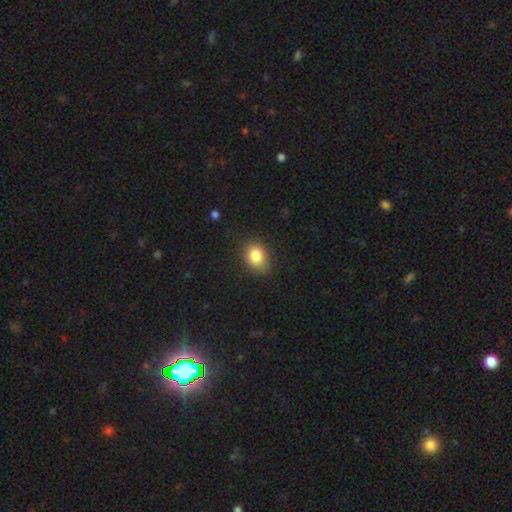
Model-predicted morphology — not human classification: The model was most divided on "how rounded": in between: 57%, round: 42%, cigar-shaped: 1%. More confident: smooth or featured — smooth (83%); merging — none (76%).